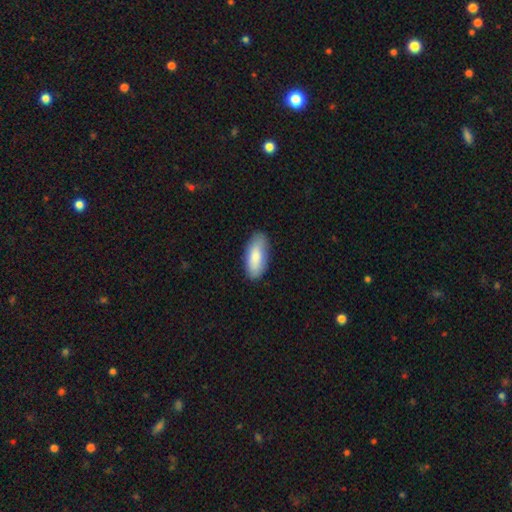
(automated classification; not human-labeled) Smooth or featured? Predicted: smooth (p=0.80). How rounded? Predicted: in between (p=0.85). Merging? Predicted: none (p=0.83).